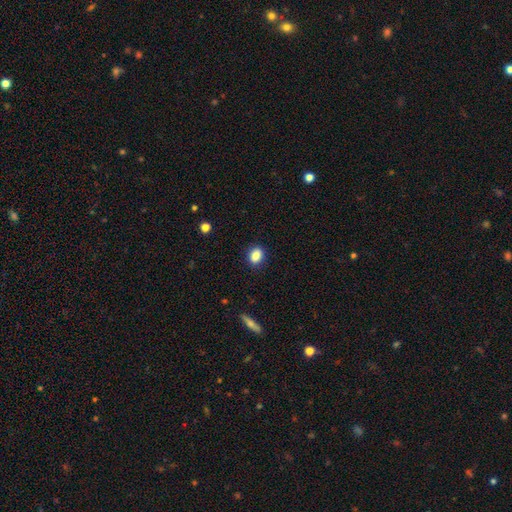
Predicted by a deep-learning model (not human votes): The model was most divided on "how rounded": in between: 67%, round: 31%, cigar-shaped: 2%. More confident: merging — none (87%); smooth or featured — smooth (87%).